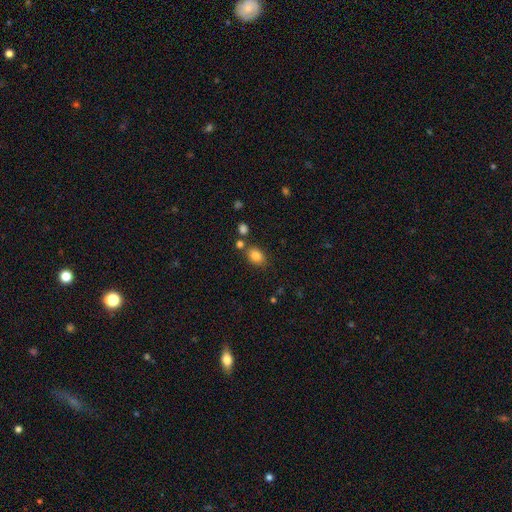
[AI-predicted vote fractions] Smooth or featured?
  - smooth: 82% *
  - star or artifact: 10%
  - featured or disk: 7%
How rounded?
  - in between: 73% *
  - round: 26%
  - cigar-shaped: 1%
Merging?
  - none: 73% *
  - minor disturbance: 13%
  - merger: 10%
  - major disturbance: 4%